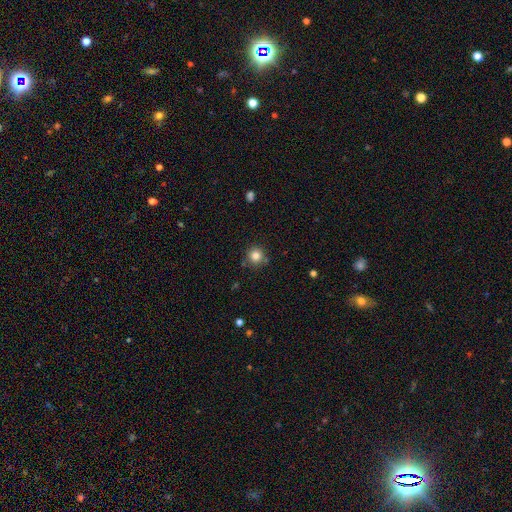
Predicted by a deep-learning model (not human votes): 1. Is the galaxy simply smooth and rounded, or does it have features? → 82% smooth, 12% star or artifact, 6% featured or disk.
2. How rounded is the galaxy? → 94% round, 5% in between, 1% cigar-shaped.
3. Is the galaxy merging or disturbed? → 84% none, 9% minor disturbance, 4% merger, 2% major disturbance.